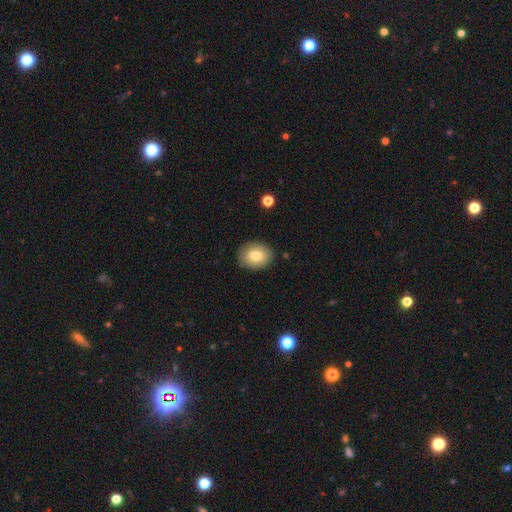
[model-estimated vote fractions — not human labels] Smooth or featured? smooth (78%)
How rounded? round (50%)
Merging? none (87%)